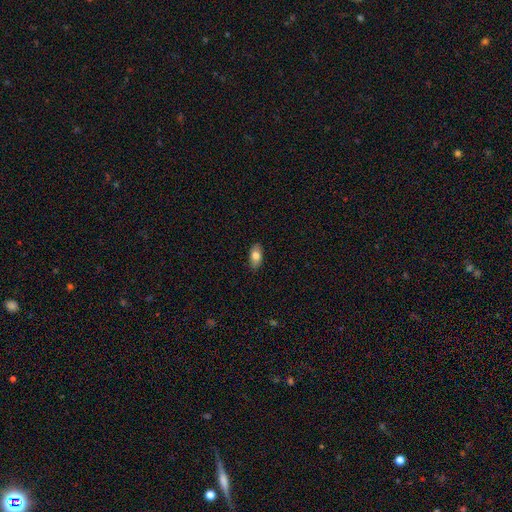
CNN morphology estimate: A smooth galaxy with no disk features (79%) that is in between round and cigar-shaped (92%). Merging: none (88%).